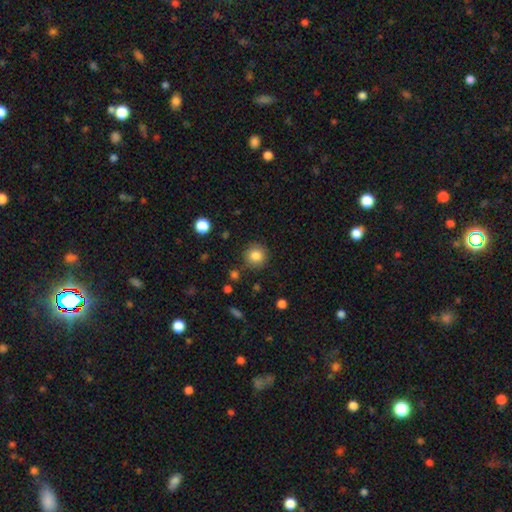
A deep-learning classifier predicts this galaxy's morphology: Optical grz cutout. It shows a smooth galaxy with no disk features (84%) that is round (93%). Merging: none (87%).